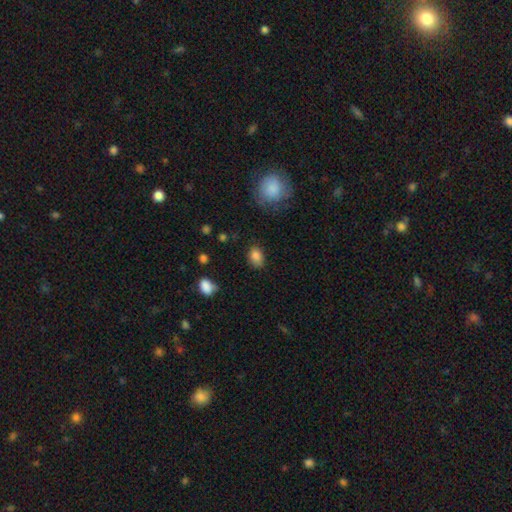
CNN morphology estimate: Q: Smooth or featured?
A: smooth (85%); runner-up: star or artifact (9%)
Q: How rounded?
A: in between (77%); runner-up: round (22%)
Q: Merging?
A: none (74%); runner-up: minor disturbance (19%)